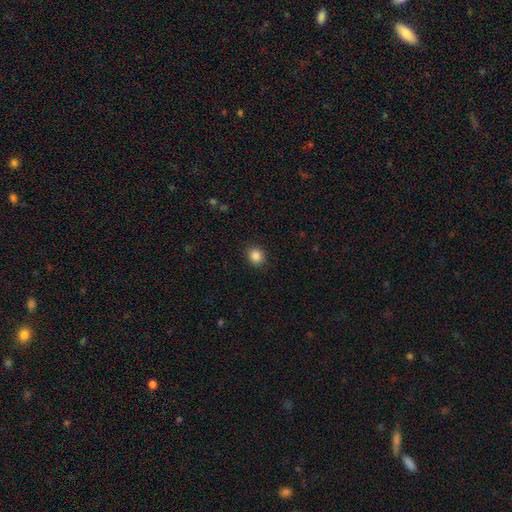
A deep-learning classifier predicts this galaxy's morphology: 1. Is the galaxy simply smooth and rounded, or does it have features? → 86% smooth, 11% star or artifact, 4% featured or disk.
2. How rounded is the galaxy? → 75% round, 24% in between, 1% cigar-shaped.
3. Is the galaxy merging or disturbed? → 89% none, 8% minor disturbance, 2% major disturbance, 1% merger.